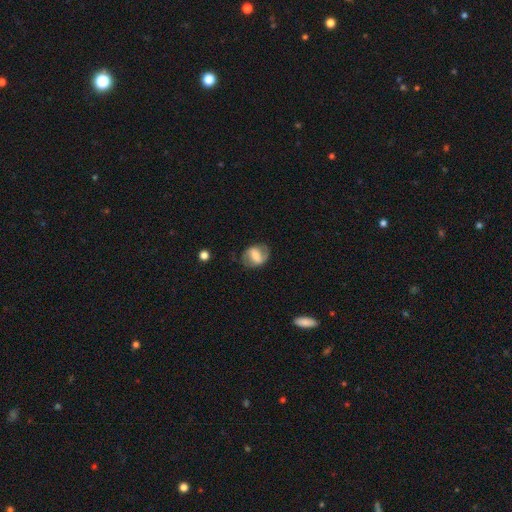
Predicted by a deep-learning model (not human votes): Morphology: type=featured or disk (50%); merging=none (70%).